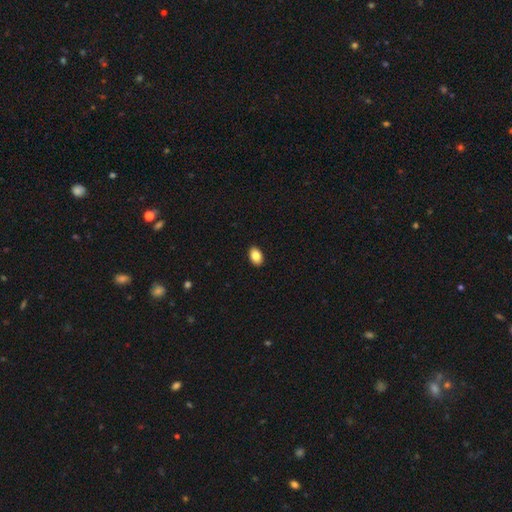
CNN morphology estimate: This is clearly a smooth galaxy (85%). How rounded: clearly in between (89%). Merging: clearly none (91%).